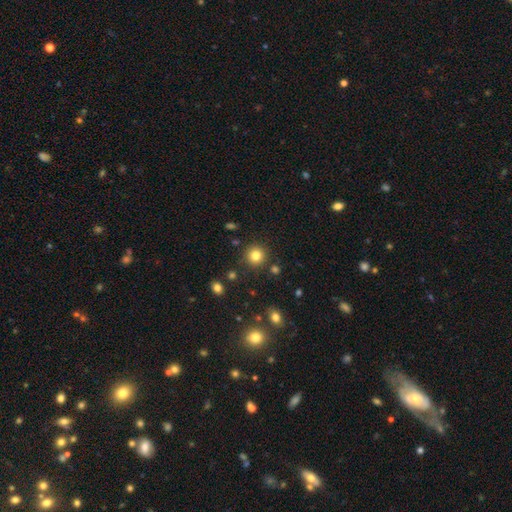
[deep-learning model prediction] This is clearly a smooth galaxy (82%). How rounded: clearly round (93%). Merging: clearly none (88%).